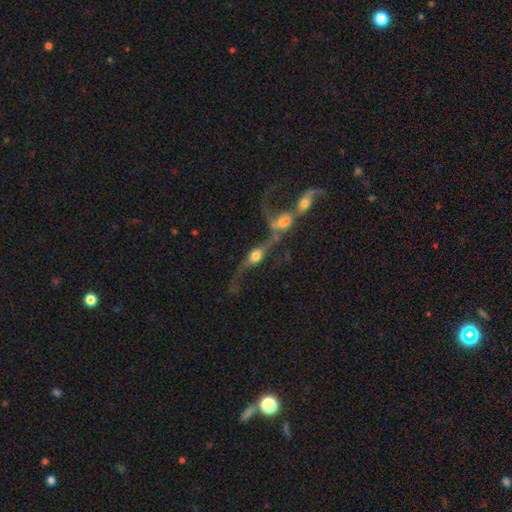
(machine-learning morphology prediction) The model was most divided on "edge-on disk": no: 64%, yes: 36%. More confident: smooth or featured — featured or disk (63%); merging — merger (59%).